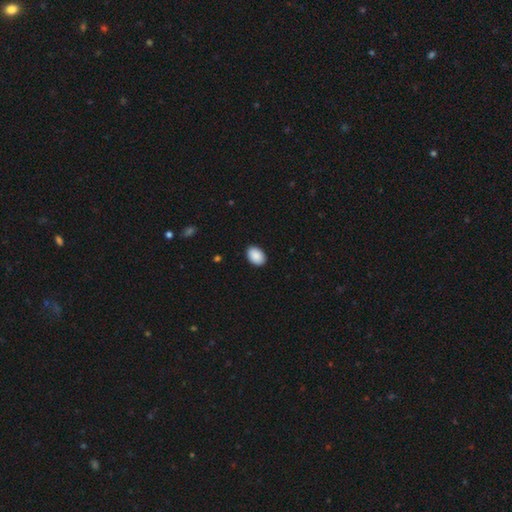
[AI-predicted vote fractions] Smooth or featured?
  - smooth: 91% *
  - star or artifact: 7%
  - featured or disk: 3%
How rounded?
  - in between: 87% *
  - round: 12%
  - cigar-shaped: 1%
Merging?
  - none: 90% *
  - minor disturbance: 7%
  - major disturbance: 2%
  - merger: 1%